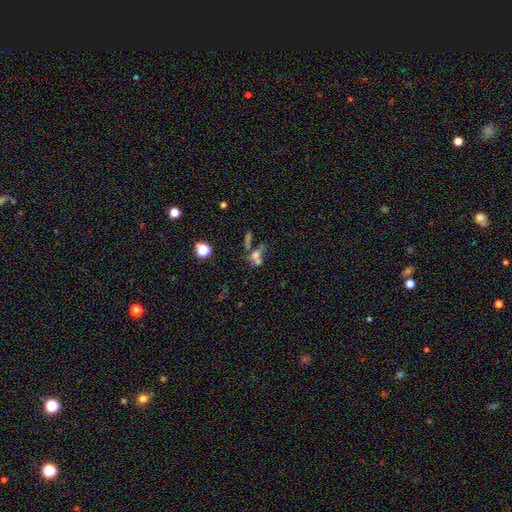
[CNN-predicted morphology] Smooth or featured? Predicted: smooth (p=0.43). Merging? Predicted: merger (p=0.43).